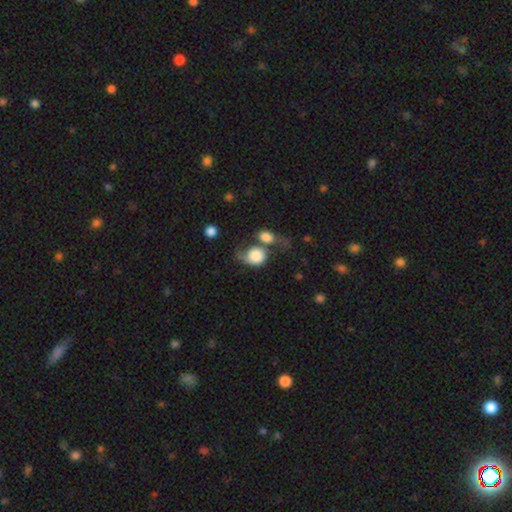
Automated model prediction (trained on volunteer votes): This appears to be a smooth galaxy with no disk features (69%) that is round (67%). Merging: merger (41%).